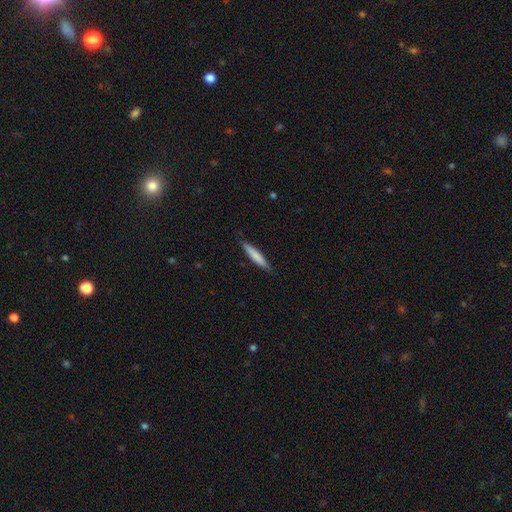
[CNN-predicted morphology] A smooth galaxy with no disk features (73%) that is cigar-shaped (92%). Merging: none (86%).